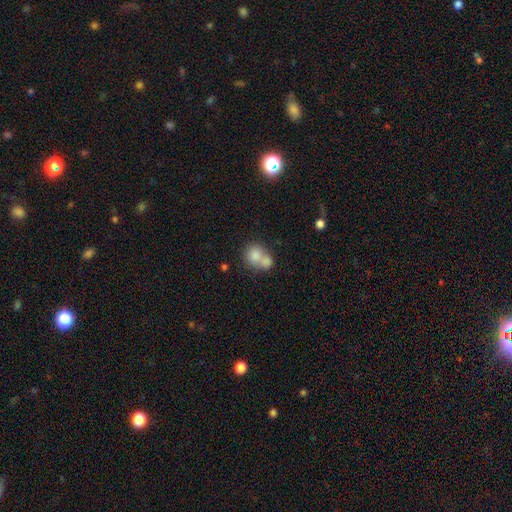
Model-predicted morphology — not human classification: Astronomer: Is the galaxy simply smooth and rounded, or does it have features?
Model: smooth — 78%.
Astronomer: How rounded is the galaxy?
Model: round — 71%.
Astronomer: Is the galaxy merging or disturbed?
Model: merger — 61%.